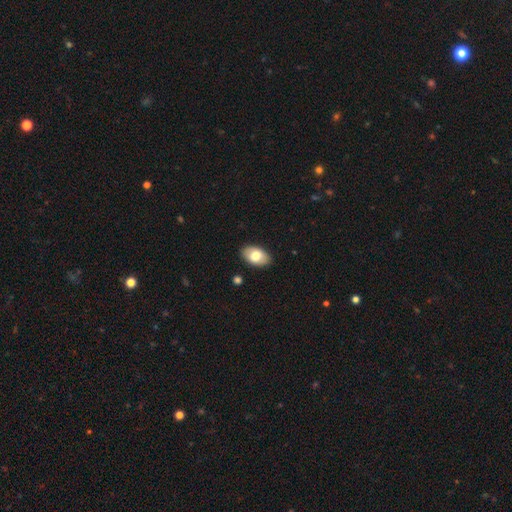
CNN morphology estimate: This appears to be a smooth galaxy with no disk features (76%) that is in between round and cigar-shaped (93%). Merging: none (88%).